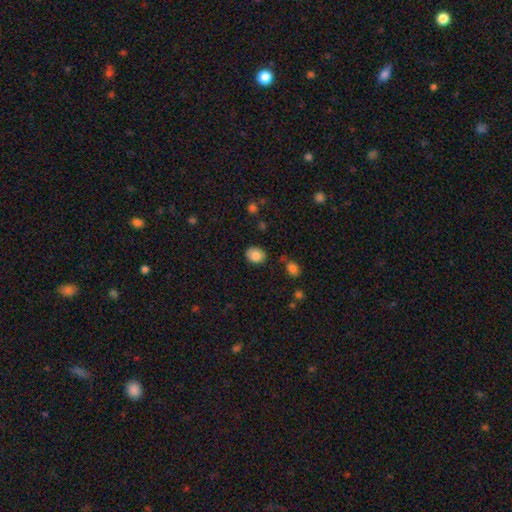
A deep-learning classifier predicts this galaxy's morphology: This is clearly a smooth galaxy (83%). How rounded: possibly round (56%). Merging: likely none (78%).